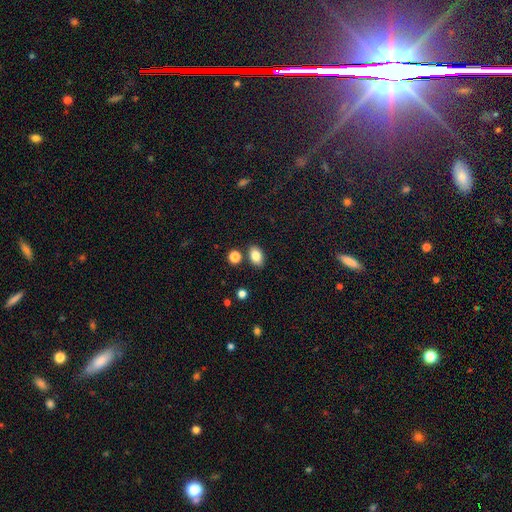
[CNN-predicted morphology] This appears to be a smooth galaxy with no disk features (83%) that is in between round and cigar-shaped (85%). Merging: none (81%).